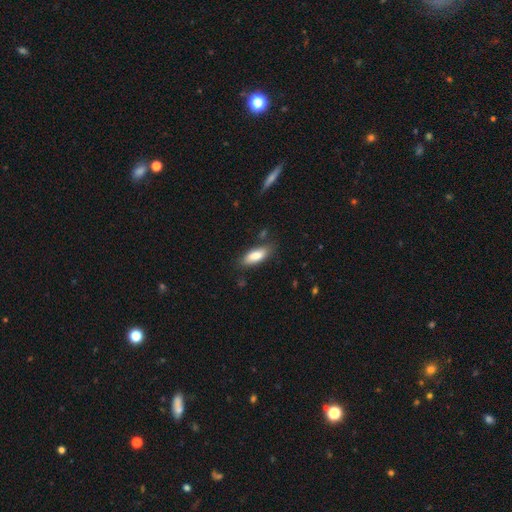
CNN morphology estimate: smooth-or-featured: smooth: 82% | featured or disk: 12% | star or artifact: 6%
  how-rounded: in between: 75% | cigar-shaped: 23% | round: 2%
  merging: none: 79% | minor disturbance: 15% | major disturbance: 3% | merger: 3%